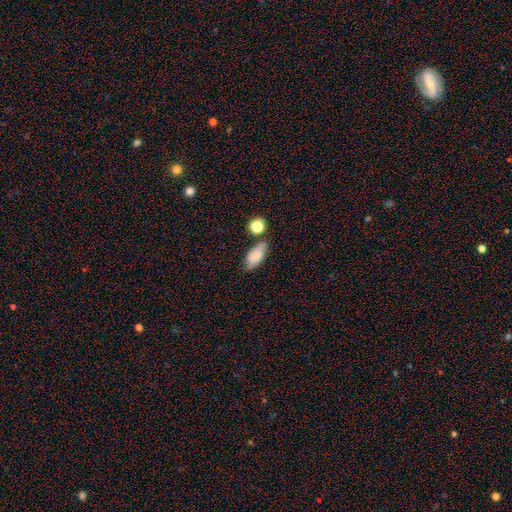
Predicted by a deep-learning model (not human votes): Smooth or featured? Predicted: smooth (p=0.72). How rounded? Predicted: in between (p=0.85). Merging? Predicted: none (p=0.66).